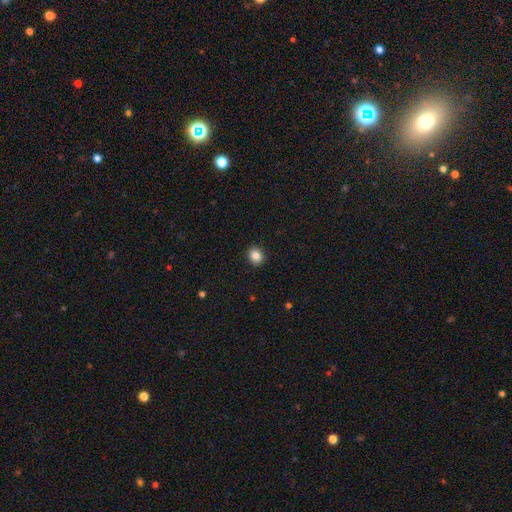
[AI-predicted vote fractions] Smooth or featured? smooth (86%)
How rounded? round (70%)
Merging? none (91%)